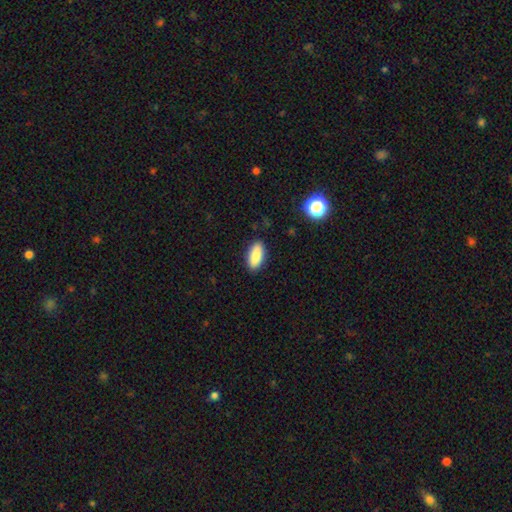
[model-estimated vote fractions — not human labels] Morphology: type=smooth (86%); roundness=in between (84%); merging=none (88%).